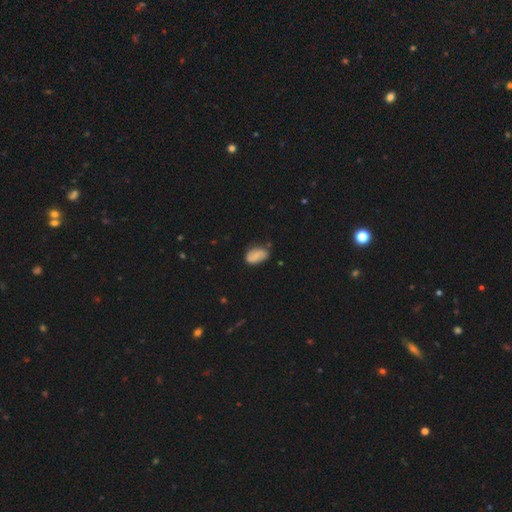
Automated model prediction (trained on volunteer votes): Smooth or featured? Predicted: smooth (p=0.64). How rounded? Predicted: in between (p=0.91). Merging? Predicted: none (p=0.62).